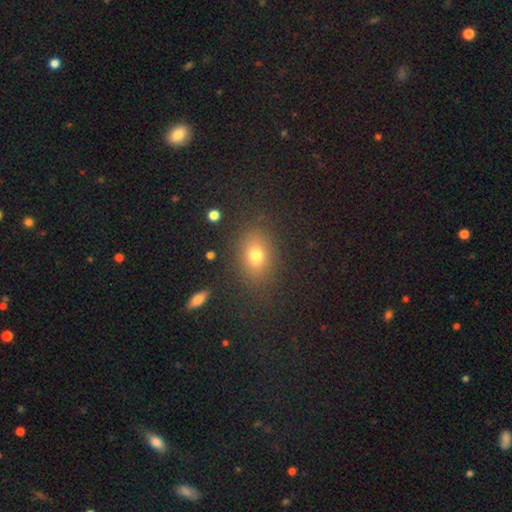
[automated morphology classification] smooth_or_featured: smooth (p=0.74) [alt: star or artifact p=0.15]
how_rounded: in between (p=0.64) [alt: round p=0.34]
merging: none (p=0.84) [alt: minor disturbance p=0.10]